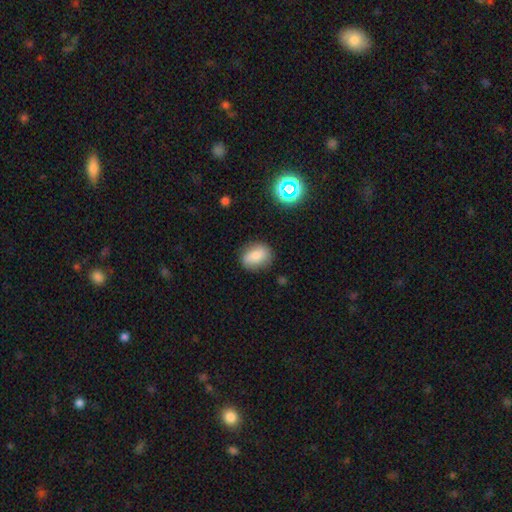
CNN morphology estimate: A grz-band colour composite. It shows a smooth galaxy with no disk features (78%) that is in between round and cigar-shaped (60%). Merging: none (76%).